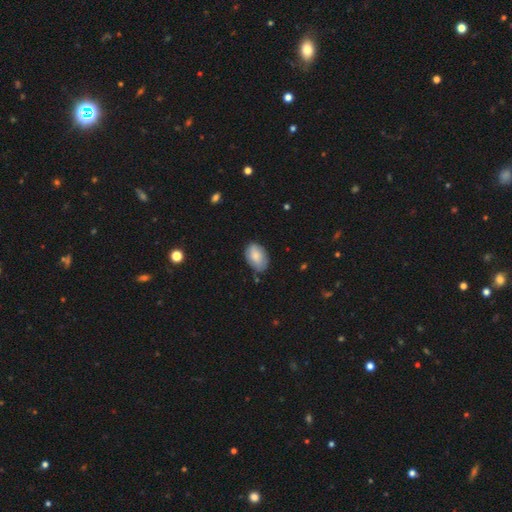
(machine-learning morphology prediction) This appears to be a smooth galaxy with no disk features (80%) that is in between round and cigar-shaped (89%). Merging: none (73%).